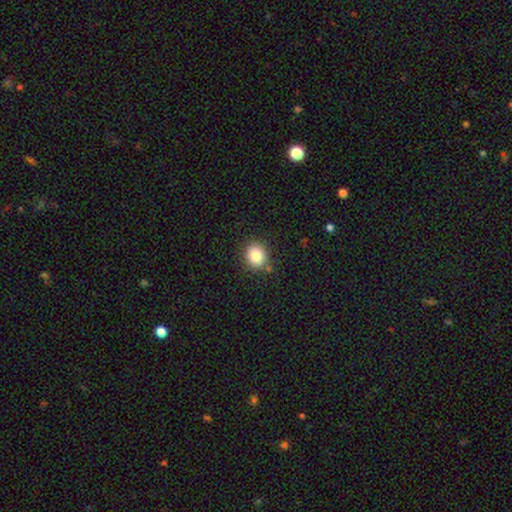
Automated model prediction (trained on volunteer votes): This appears to be a smooth galaxy with no disk features (84%) that is round (73%). Merging: none (84%).